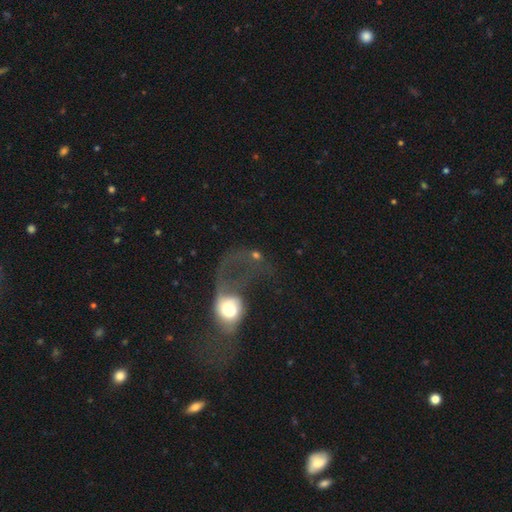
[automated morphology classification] The model was most divided on "smooth or featured": featured or disk: 46%, smooth: 41%, star or artifact: 14%. More confident: merging — major disturbance (56%).